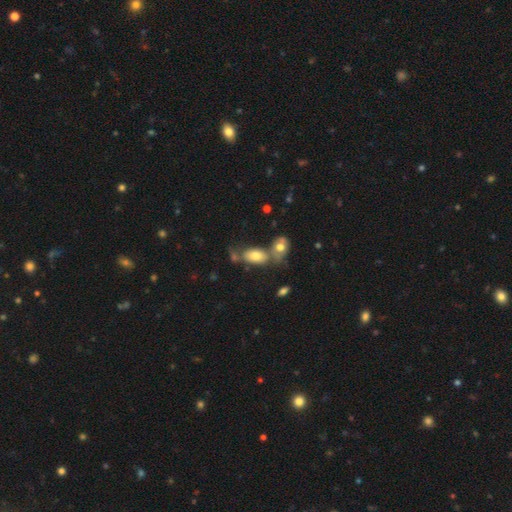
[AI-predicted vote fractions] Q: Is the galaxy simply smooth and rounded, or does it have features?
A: smooth — 74%.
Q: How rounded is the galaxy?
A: in between — 90%.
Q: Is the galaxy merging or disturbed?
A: none — 45%.